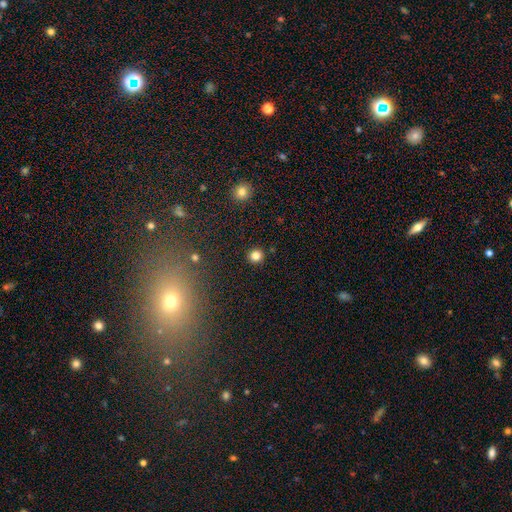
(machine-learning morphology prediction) smooth 82%, star or artifact 13%, featured or disk 5%. Down the decision tree: how rounded — round (92%); merging — none (92%).